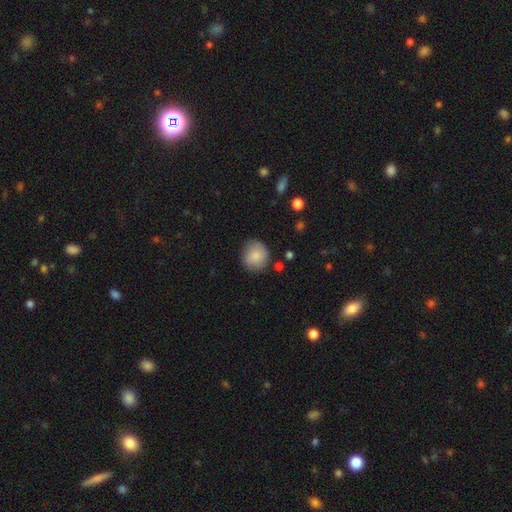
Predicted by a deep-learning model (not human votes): smooth 83%, featured or disk 10%, star or artifact 7%. Down the decision tree: how rounded — round (88%); merging — none (79%).